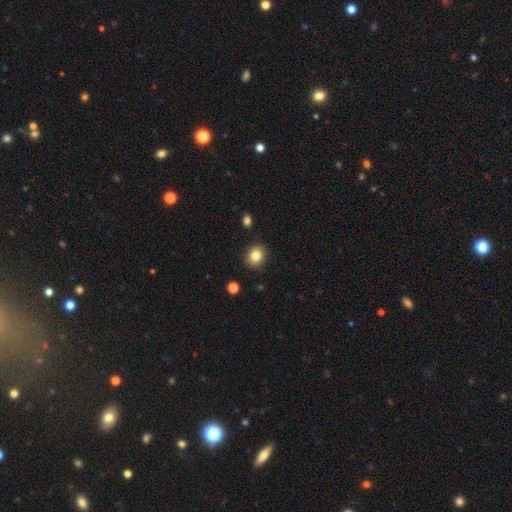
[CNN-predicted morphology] smooth-or-featured: smooth: 84% | star or artifact: 10% | featured or disk: 6%
  how-rounded: round: 73% | in between: 26% | cigar-shaped: 1%
  merging: none: 90% | minor disturbance: 7% | major disturbance: 2% | merger: 1%